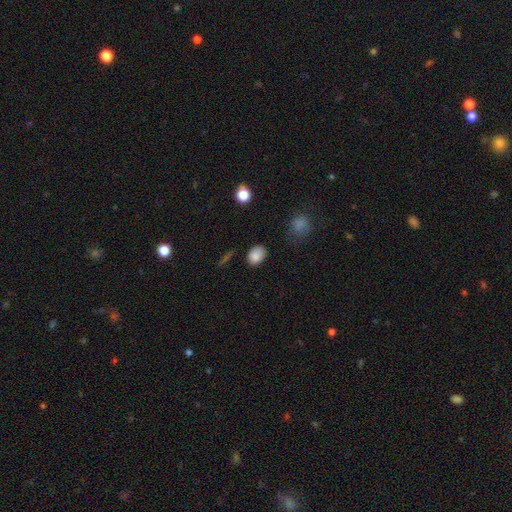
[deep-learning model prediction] smooth 85%, star or artifact 9%, featured or disk 6%. Down the decision tree: how rounded — in between (68%); merging — none (81%).